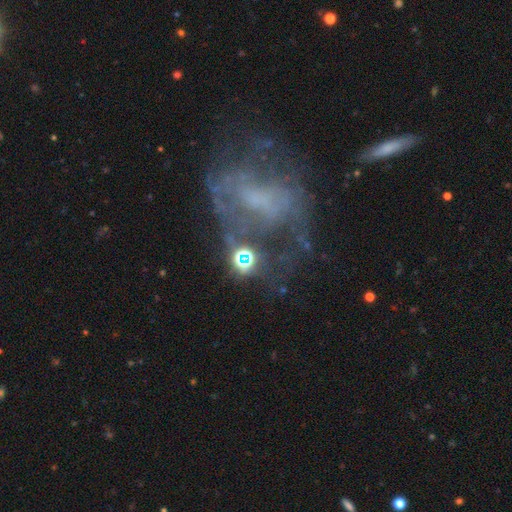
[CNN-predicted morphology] smooth_or_featured: featured or disk (p=0.60) [alt: star or artifact p=0.22]
disk_edge_on: no (p=0.96) [alt: yes p=0.04]
bar: no (p=0.56) [alt: weak p=0.29]
has_spiral_arms: yes (p=0.57) [alt: no p=0.43]
bulge_size: none (p=0.45) [alt: small p=0.30]
merging: none (p=0.43) [alt: major disturbance p=0.30]